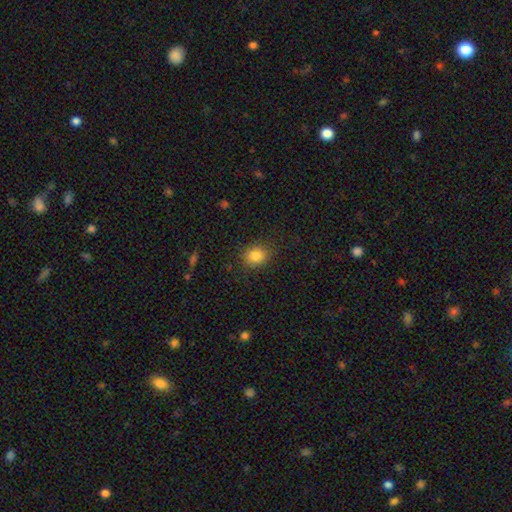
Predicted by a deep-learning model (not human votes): Smooth or featured: smooth — 85% (star or artifact — 10%)
How rounded: round — 56% (in between — 43%)
Merging: none — 85% (minor disturbance — 11%)